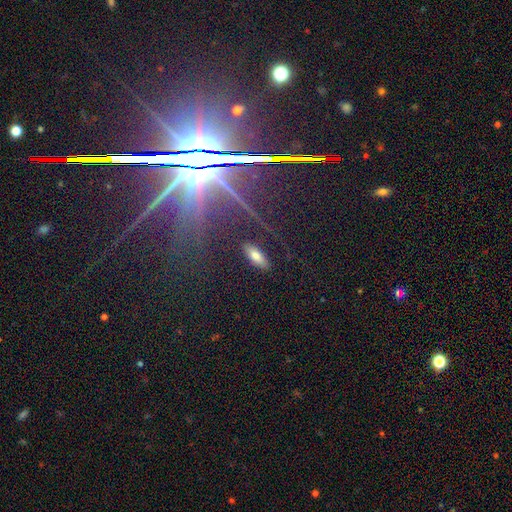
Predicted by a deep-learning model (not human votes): This is likely a smooth galaxy (68%). How rounded: likely in between (79%). Merging: clearly none (85%).